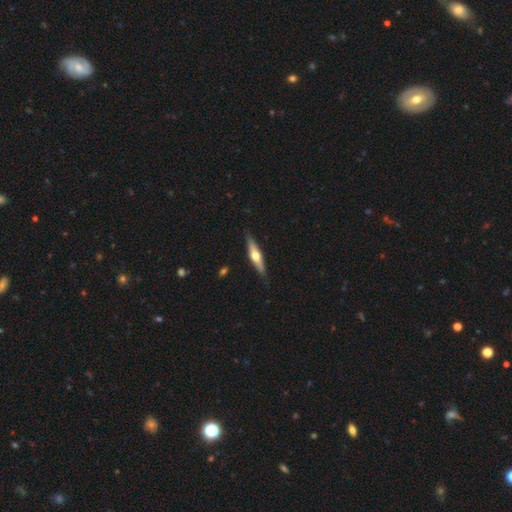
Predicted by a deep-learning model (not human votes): Smooth or featured: featured or disk — 57% (smooth — 38%)
Edge-on disk: yes — 93% (no — 7%)
Edge-on bulge: rounded — 93% (none — 4%)
Merging: none — 86% (minor disturbance — 10%)